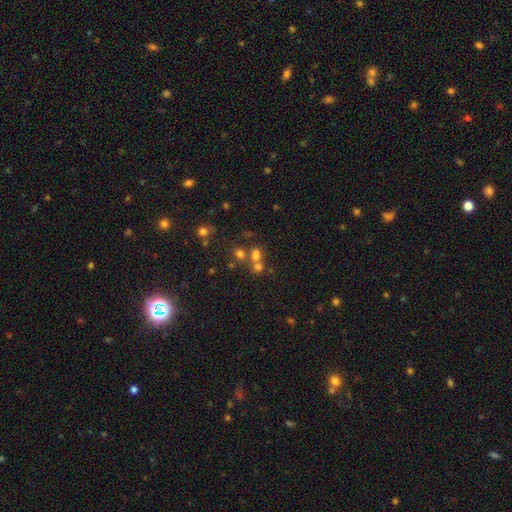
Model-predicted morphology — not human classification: Q: Smooth or featured?
A: smooth (63%); runner-up: star or artifact (24%)
Q: How rounded?
A: round (61%); runner-up: in between (38%)
Q: Merging?
A: merger (44%); runner-up: none (42%)